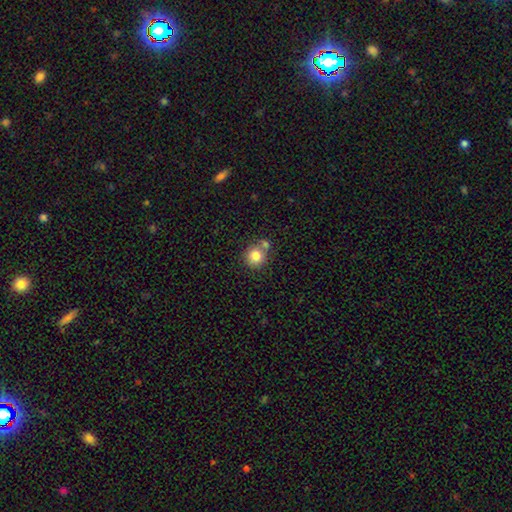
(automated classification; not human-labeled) Q: Smooth or featured?
A: smooth (81%); runner-up: star or artifact (10%)
Q: How rounded?
A: round (87%); runner-up: in between (12%)
Q: Merging?
A: none (61%); runner-up: merger (25%)